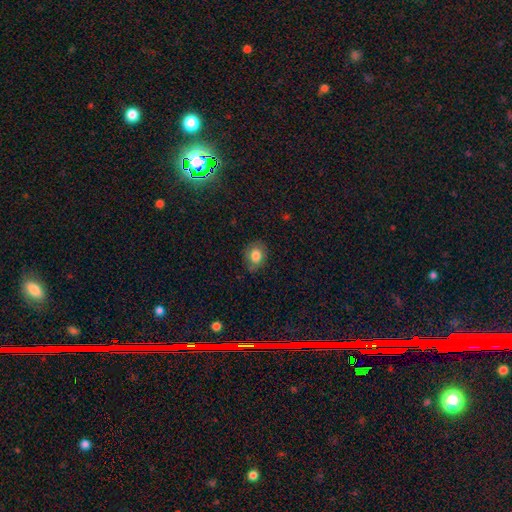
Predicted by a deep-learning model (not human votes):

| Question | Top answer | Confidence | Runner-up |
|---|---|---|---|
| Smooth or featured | smooth | 81% | featured or disk (10%) |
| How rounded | round | 52% | in between (47%) |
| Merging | none | 76% | minor disturbance (19%) |